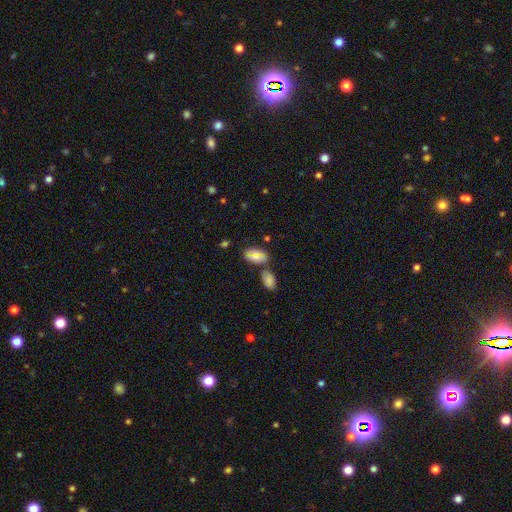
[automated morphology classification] smooth 62%, featured or disk 21%, star or artifact 16%. Down the decision tree: how rounded — in between (91%); merging — none (63%).